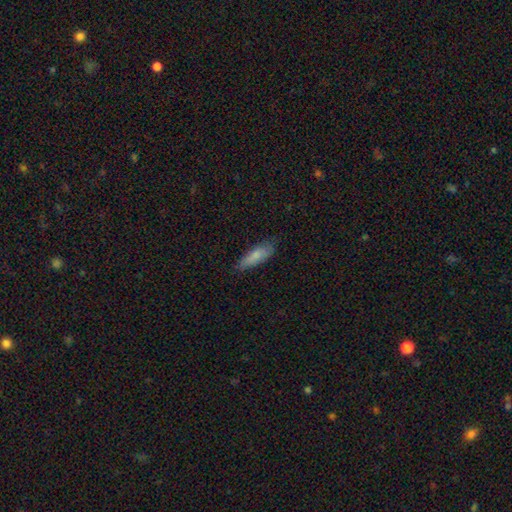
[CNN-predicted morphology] smooth 80%, featured or disk 14%, star or artifact 6%. Down the decision tree: how rounded — cigar-shaped (52%); merging — none (75%).